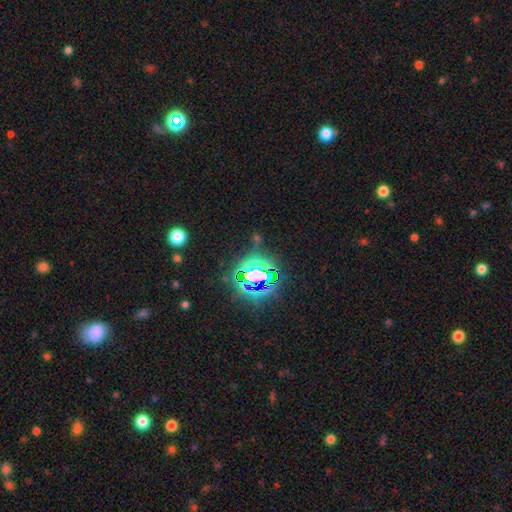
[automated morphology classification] This appears to be a star or artifact, not a galaxy (78%).